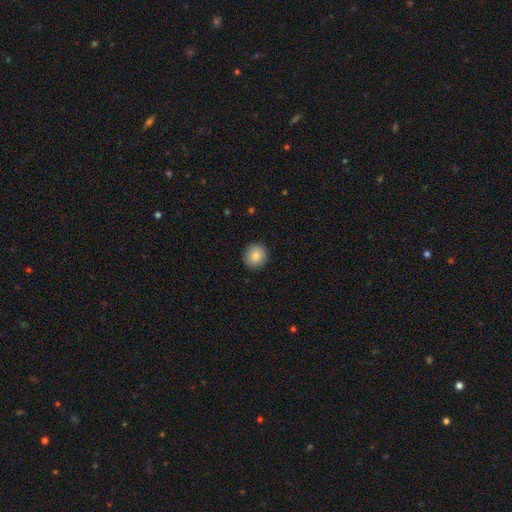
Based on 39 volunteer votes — Volunteers were most divided on "smooth or featured": smooth: 79%, featured or disk: 13%, star or artifact: 8%. More confident: merging — none (92%); how rounded — round (90%).